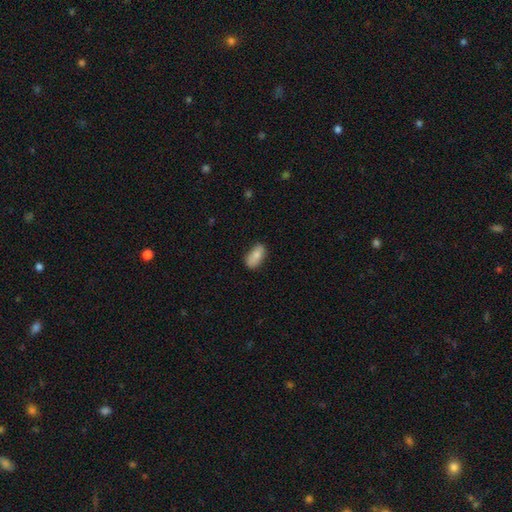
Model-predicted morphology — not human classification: Q: Smooth or featured?
A: smooth (82%); runner-up: featured or disk (11%)
Q: How rounded?
A: in between (90%); runner-up: cigar-shaped (6%)
Q: Merging?
A: none (75%); runner-up: minor disturbance (19%)